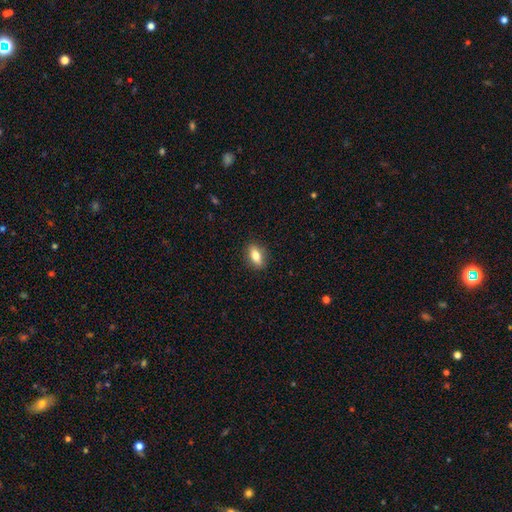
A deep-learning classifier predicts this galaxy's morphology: Overall: smooth (77%). How rounded: in between (80%). Merging: none (88%).